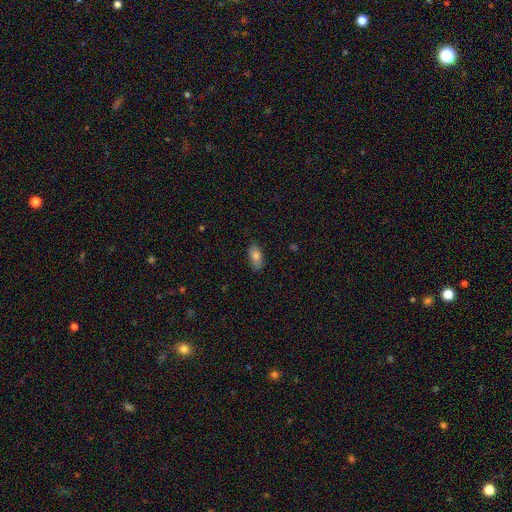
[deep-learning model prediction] Smooth or featured: smooth — 81% (featured or disk — 12%)
How rounded: in between — 89% (cigar-shaped — 8%)
Merging: none — 82% (minor disturbance — 14%)